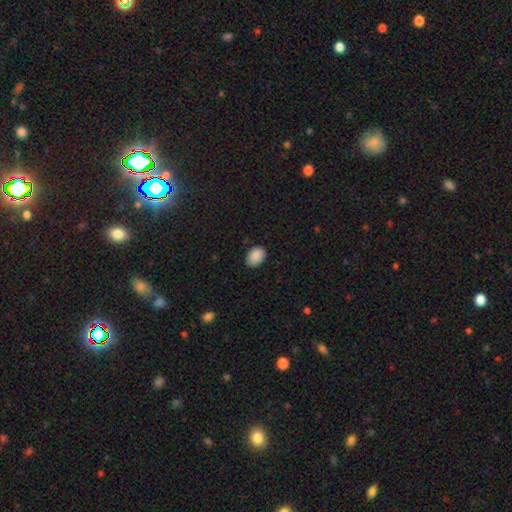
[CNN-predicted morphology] type=smooth (90%); roundness=in between (79%); merging=none (83%).